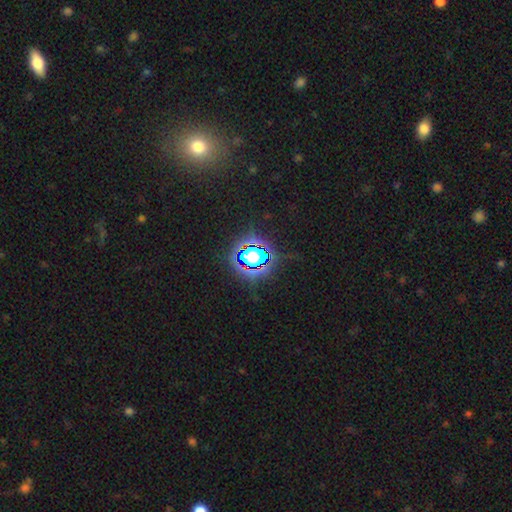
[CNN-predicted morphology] Q: Smooth or featured?
A: star or artifact (67%); runner-up: smooth (22%)